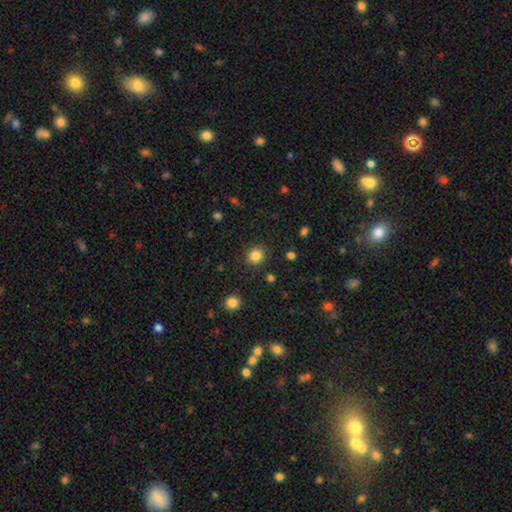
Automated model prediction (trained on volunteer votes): Morphology: type=smooth (84%); roundness=round (89%); merging=none (90%).